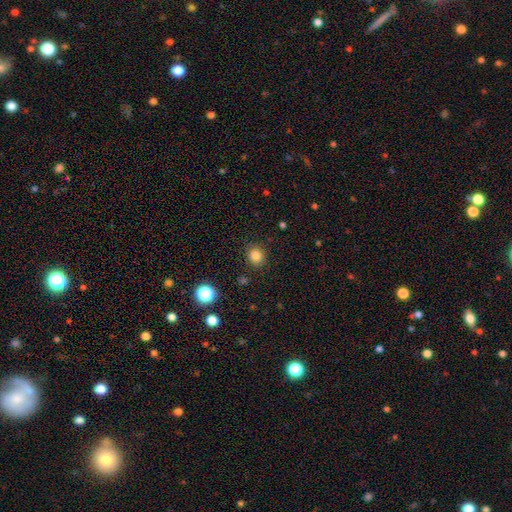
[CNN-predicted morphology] smooth_or_featured: smooth (p=0.82) [alt: star or artifact p=0.13]
how_rounded: round (p=0.80) [alt: in between p=0.19]
merging: none (p=0.89) [alt: minor disturbance p=0.08]